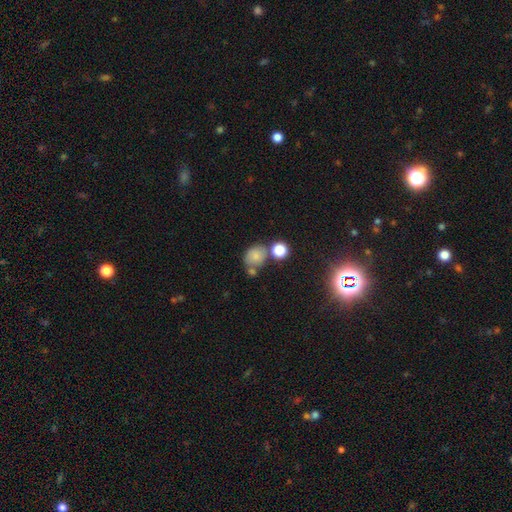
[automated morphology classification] Overall: smooth (75%). How rounded: round (62%; in between 36%). Merging: none (52%; merger 26%).